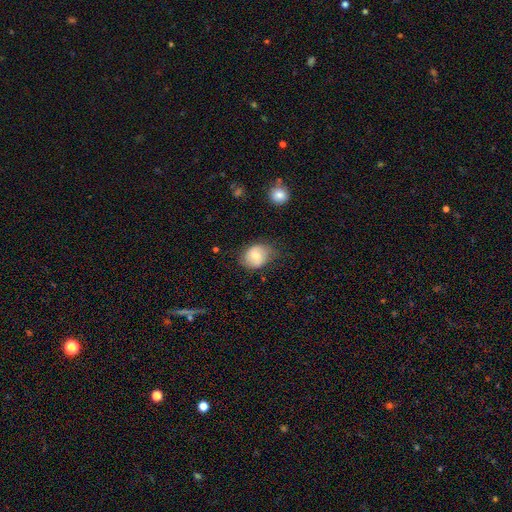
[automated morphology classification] Smooth or featured: smooth — 68% (featured or disk — 24%)
How rounded: round — 52% (in between — 48%)
Merging: none — 62% (minor disturbance — 28%)